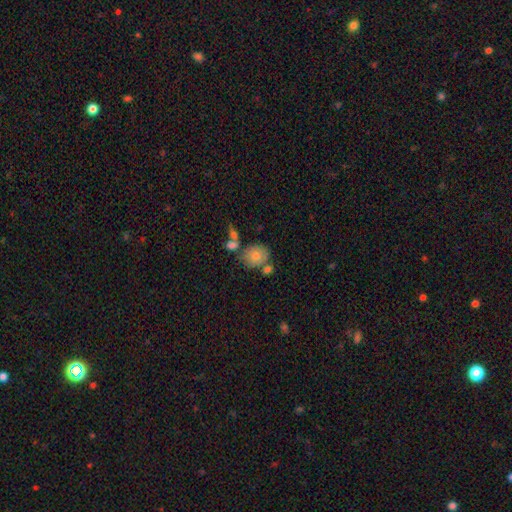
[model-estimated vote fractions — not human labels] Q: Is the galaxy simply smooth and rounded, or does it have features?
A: smooth — 74%.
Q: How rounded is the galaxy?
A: round — 70%.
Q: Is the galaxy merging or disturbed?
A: none — 62%.